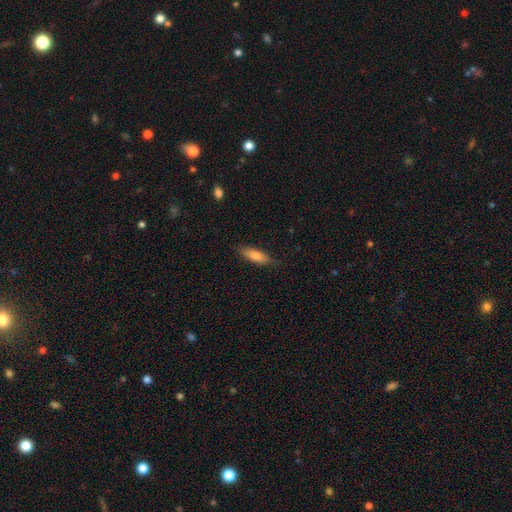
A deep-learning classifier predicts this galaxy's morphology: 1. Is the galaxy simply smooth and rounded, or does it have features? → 81% smooth, 13% featured or disk, 6% star or artifact.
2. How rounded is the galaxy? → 51% in between, 48% cigar-shaped, 2% round.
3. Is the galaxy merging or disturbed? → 82% none, 14% minor disturbance, 3% major disturbance, 1% merger.